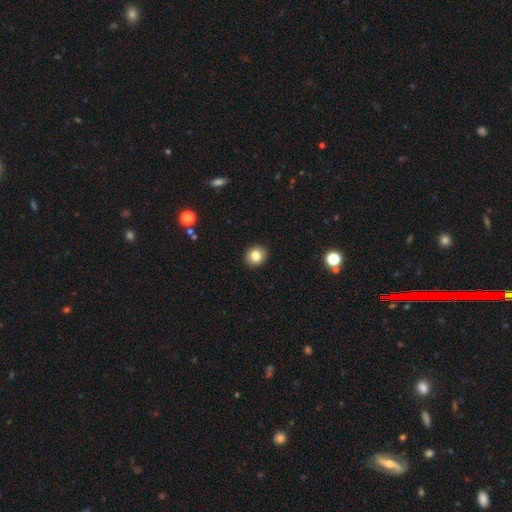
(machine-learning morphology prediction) Smooth or featured?
  - smooth: 82% *
  - star or artifact: 10%
  - featured or disk: 8%
How rounded?
  - round: 84% *
  - in between: 15%
  - cigar-shaped: 1%
Merging?
  - none: 92% *
  - minor disturbance: 5%
  - major disturbance: 2%
  - merger: 1%